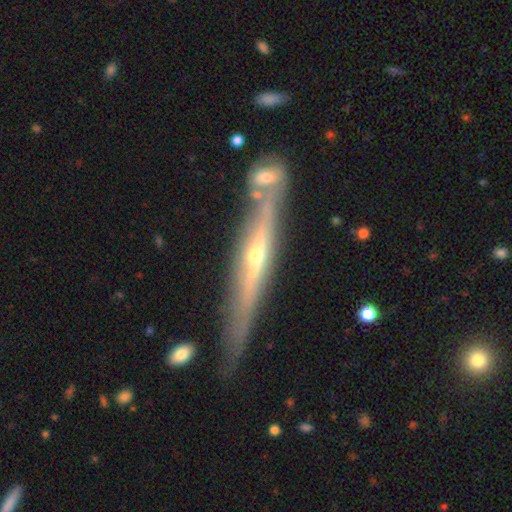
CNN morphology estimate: Overall: featured or disk (76%). Edge-on disk: yes (92%). Edge-on bulge: rounded (75%). Merging: none (67%).